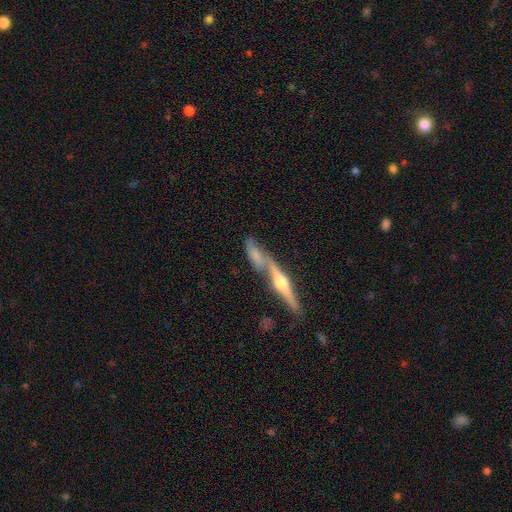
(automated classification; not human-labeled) A featured or disk galaxy (48%). Merging: merger (45%).